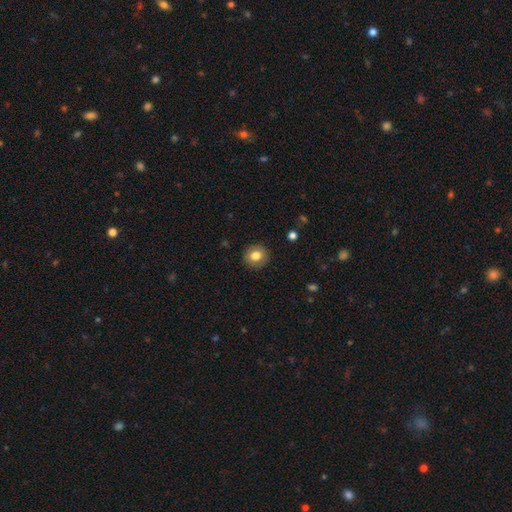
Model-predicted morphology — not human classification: smooth_or_featured: smooth (p=0.80) [alt: featured or disk p=0.11]
how_rounded: round (p=0.88) [alt: in between p=0.12]
merging: none (p=0.91) [alt: minor disturbance p=0.07]